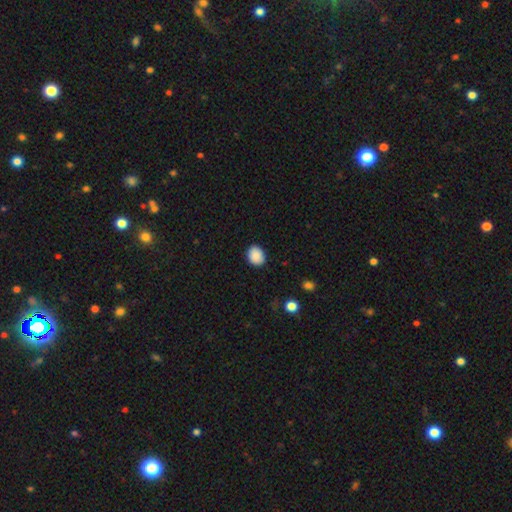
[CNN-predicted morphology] Smooth or featured: smooth — 89% (star or artifact — 8%)
How rounded: round — 56% (in between — 44%)
Merging: none — 87% (minor disturbance — 10%)